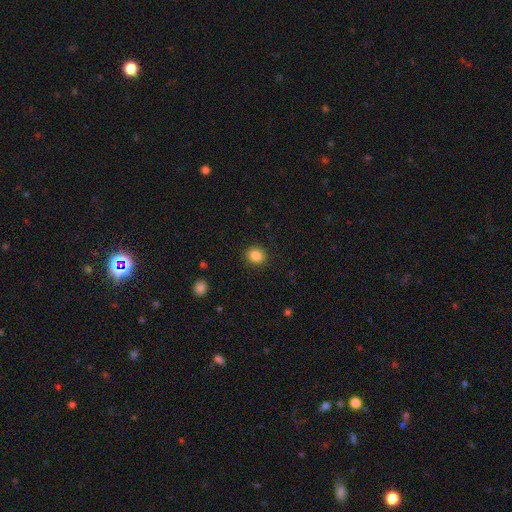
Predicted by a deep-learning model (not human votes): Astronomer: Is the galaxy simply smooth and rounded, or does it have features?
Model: smooth — 86%.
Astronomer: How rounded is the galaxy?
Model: round — 82%.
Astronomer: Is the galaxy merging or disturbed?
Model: none — 90%.